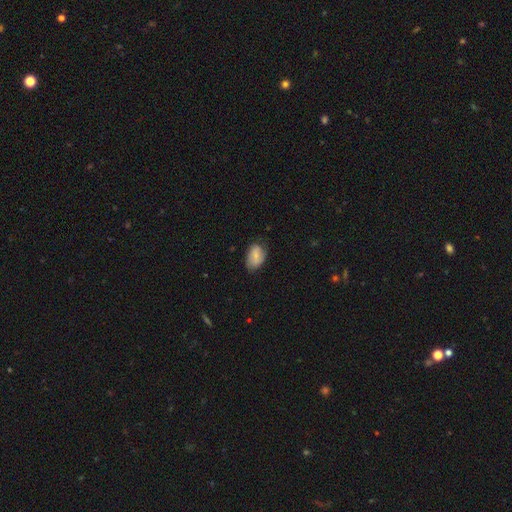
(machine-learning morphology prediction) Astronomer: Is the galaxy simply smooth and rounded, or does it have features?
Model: smooth — 68%.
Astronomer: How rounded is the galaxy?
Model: in between — 88%.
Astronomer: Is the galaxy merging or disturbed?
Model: none — 61%.